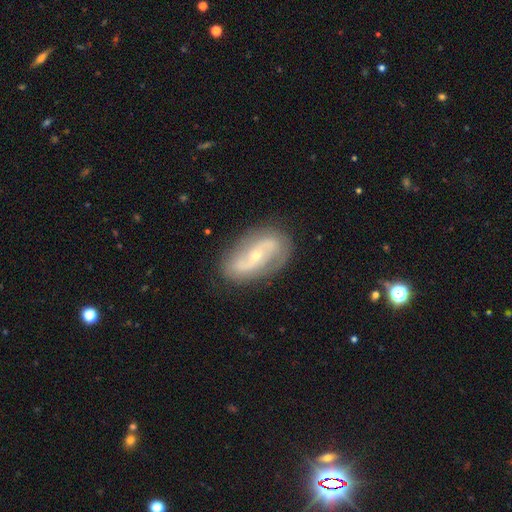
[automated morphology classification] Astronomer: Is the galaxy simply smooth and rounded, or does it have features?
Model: featured or disk — 82%.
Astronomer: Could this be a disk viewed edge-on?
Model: no — 94%.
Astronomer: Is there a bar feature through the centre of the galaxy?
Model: no — 41% (runner-up: weak, 30%).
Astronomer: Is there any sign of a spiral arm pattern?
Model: yes — 89%.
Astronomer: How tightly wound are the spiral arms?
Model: loose — 39%, tied with medium at 39%.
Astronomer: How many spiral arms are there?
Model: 2 — 88%.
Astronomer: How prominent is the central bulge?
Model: small — 69%.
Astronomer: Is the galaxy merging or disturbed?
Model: none — 81%.